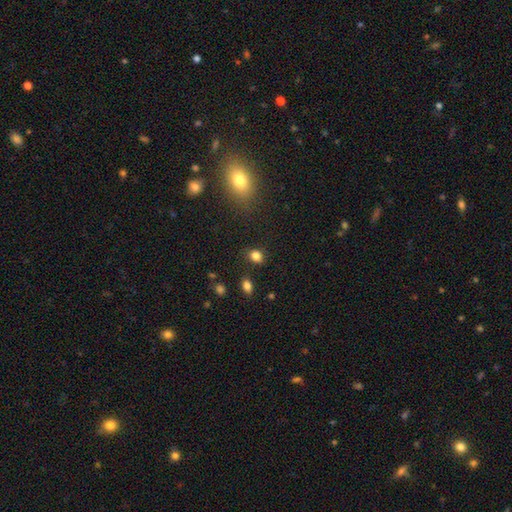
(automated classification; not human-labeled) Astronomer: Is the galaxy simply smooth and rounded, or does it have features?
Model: smooth — 82%.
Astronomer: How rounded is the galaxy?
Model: in between — 59% (runner-up: round, 40%).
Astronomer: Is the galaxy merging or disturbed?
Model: none — 78%.